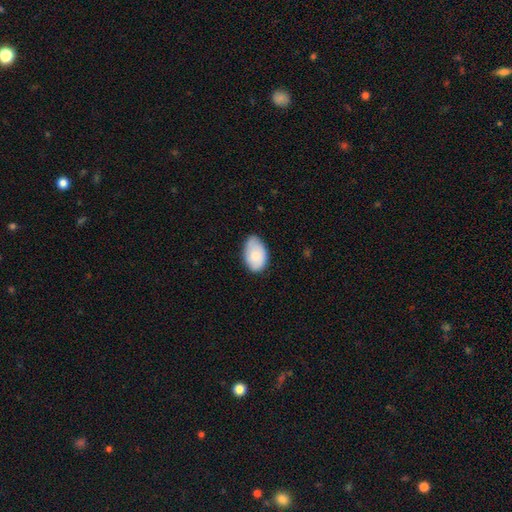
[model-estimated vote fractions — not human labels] The model was most divided on "merging": none: 67%, minor disturbance: 28%, major disturbance: 4%, merger: 1%. More confident: how rounded — in between (91%); smooth or featured — smooth (81%).